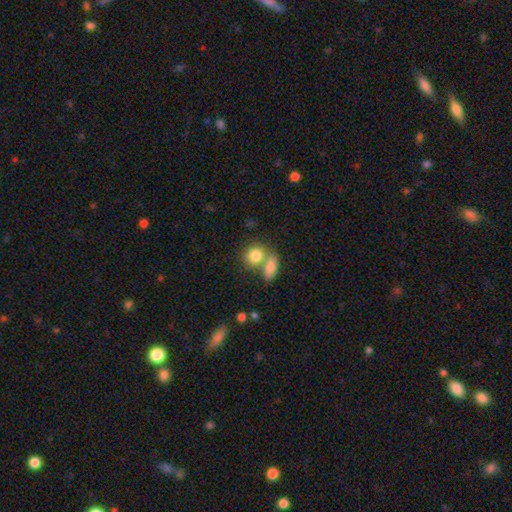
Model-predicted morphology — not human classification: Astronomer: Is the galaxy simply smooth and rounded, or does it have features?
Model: smooth — 83%.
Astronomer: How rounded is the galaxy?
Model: round — 56% (runner-up: in between, 42%).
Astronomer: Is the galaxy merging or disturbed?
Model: merger — 47% (runner-up: none, 41%).